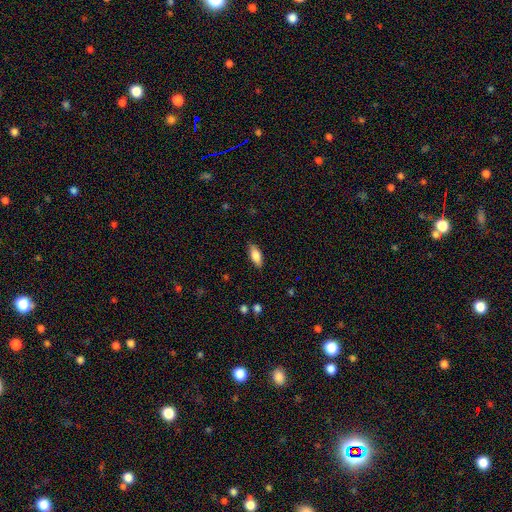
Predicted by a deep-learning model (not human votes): Q: Smooth or featured?
A: smooth (77%); runner-up: featured or disk (16%)
Q: How rounded?
A: in between (78%); runner-up: cigar-shaped (19%)
Q: Merging?
A: none (85%); runner-up: minor disturbance (12%)